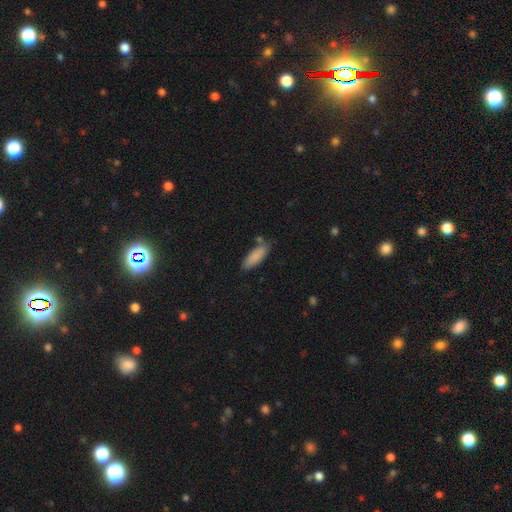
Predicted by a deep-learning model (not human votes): A smooth galaxy with no disk features (87%) that is in between round and cigar-shaped (63%).

Vote fractions:
- Smooth or featured? smooth: 87% / star or artifact: 7% / featured or disk: 6%
- How rounded? in between: 63% / cigar-shaped: 36% / round: 2%
- Merging? none: 72% / minor disturbance: 17% / merger: 7% / major disturbance: 4%